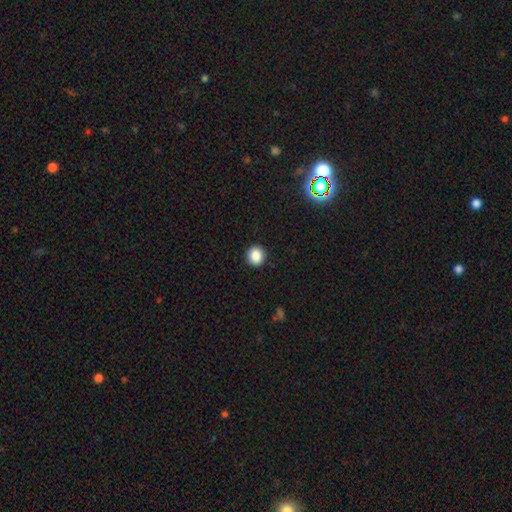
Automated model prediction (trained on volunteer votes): This is clearly a smooth galaxy (87%). How rounded: clearly round (90%). Merging: clearly none (92%).